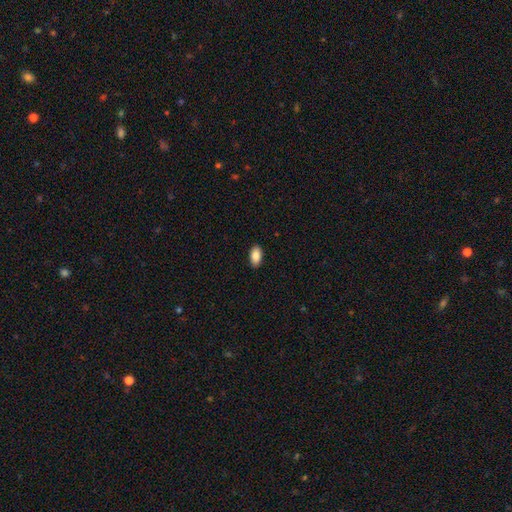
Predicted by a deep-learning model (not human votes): Smooth or featured?
  - smooth: 86% *
  - star or artifact: 7%
  - featured or disk: 7%
How rounded?
  - in between: 93% *
  - round: 4%
  - cigar-shaped: 3%
Merging?
  - none: 90% *
  - minor disturbance: 7%
  - major disturbance: 2%
  - merger: 1%